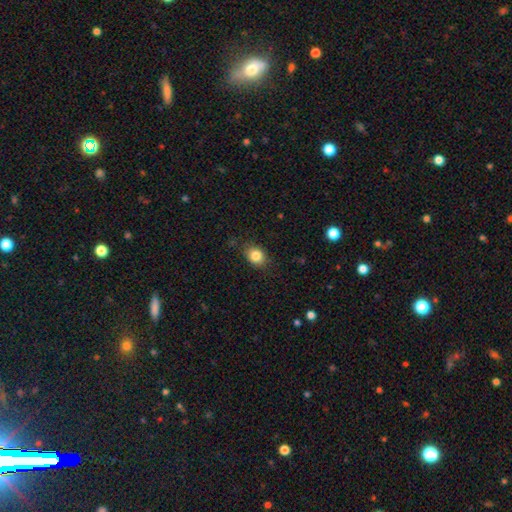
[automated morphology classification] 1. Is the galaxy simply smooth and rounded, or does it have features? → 84% smooth, 9% star or artifact, 6% featured or disk.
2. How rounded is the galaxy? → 51% in between, 48% round, 1% cigar-shaped.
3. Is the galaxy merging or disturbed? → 81% none, 15% minor disturbance, 4% major disturbance, 1% merger.